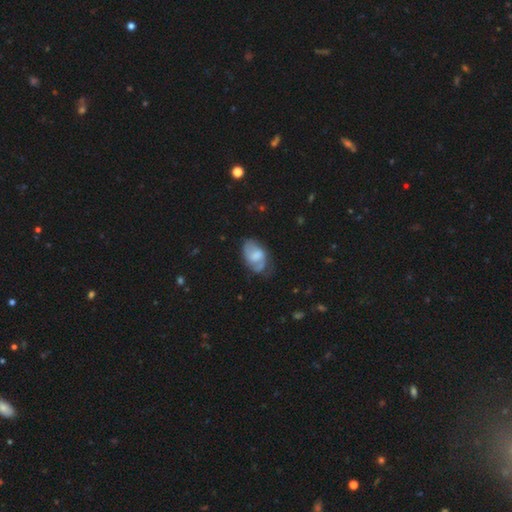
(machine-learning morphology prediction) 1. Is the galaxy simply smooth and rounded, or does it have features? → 50% smooth, 43% featured or disk, 8% star or artifact.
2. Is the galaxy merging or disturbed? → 45% none, 32% minor disturbance, 19% major disturbance, 3% merger.